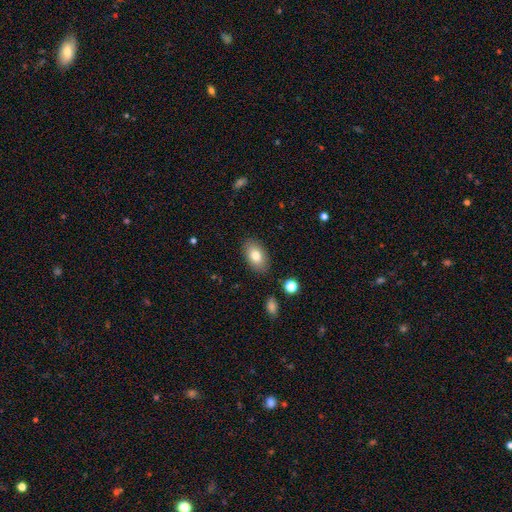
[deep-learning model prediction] Overall: smooth (79%). How rounded: in between (91%). Merging: none (86%).